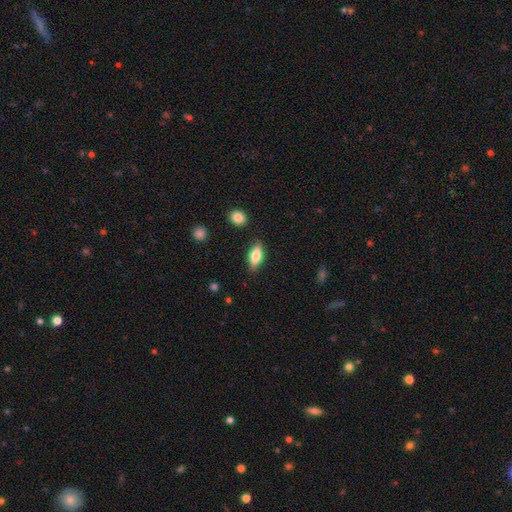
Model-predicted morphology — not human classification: This appears to be a smooth galaxy with no disk features (68%) that is in between round and cigar-shaped (76%). Merging: none (83%).